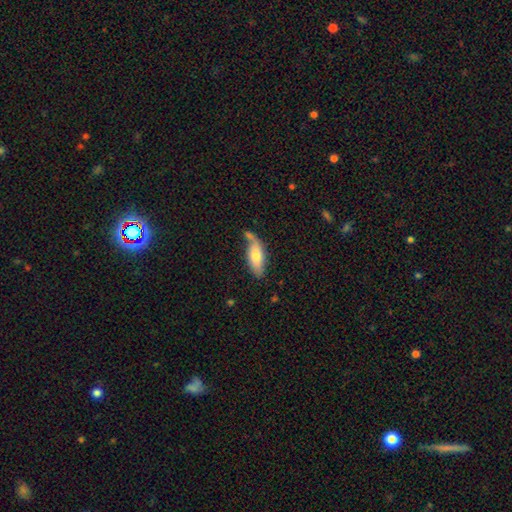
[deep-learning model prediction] Smooth or featured?
  - smooth: 71% *
  - featured or disk: 23%
  - star or artifact: 6%
How rounded?
  - in between: 80% *
  - cigar-shaped: 18%
  - round: 2%
Merging?
  - none: 56% *
  - minor disturbance: 22%
  - merger: 15%
  - major disturbance: 7%